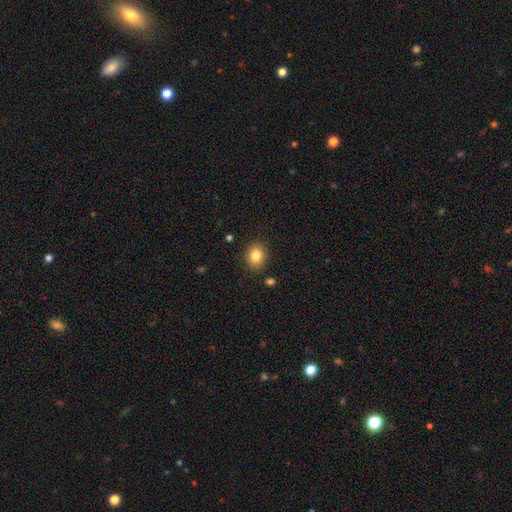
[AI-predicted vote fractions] Overall: smooth (83%). How rounded: round (64%; in between 35%). Merging: none (88%).